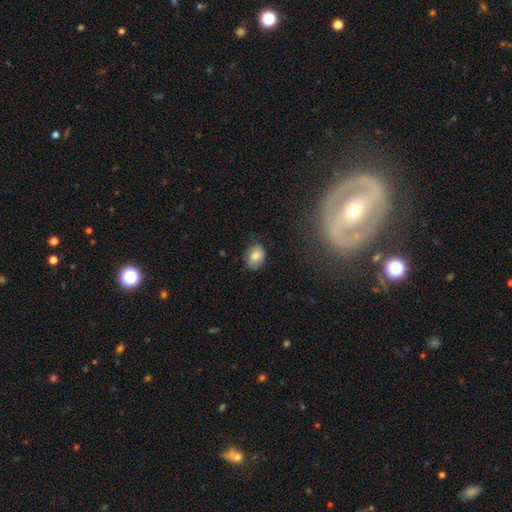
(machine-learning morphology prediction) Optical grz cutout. It shows a smooth galaxy with no disk features (81%) that is in between round and cigar-shaped (66%). Merging: none (75%).